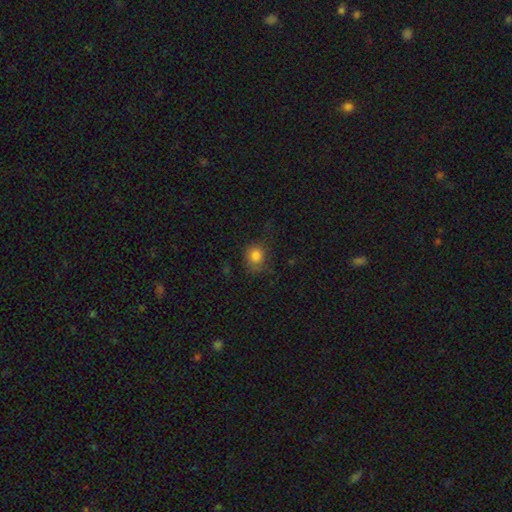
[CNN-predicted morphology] Smooth or featured?
  - smooth: 82% *
  - star or artifact: 12%
  - featured or disk: 6%
How rounded?
  - round: 78% *
  - in between: 21%
  - cigar-shaped: 1%
Merging?
  - none: 66% *
  - minor disturbance: 22%
  - major disturbance: 10%
  - merger: 2%